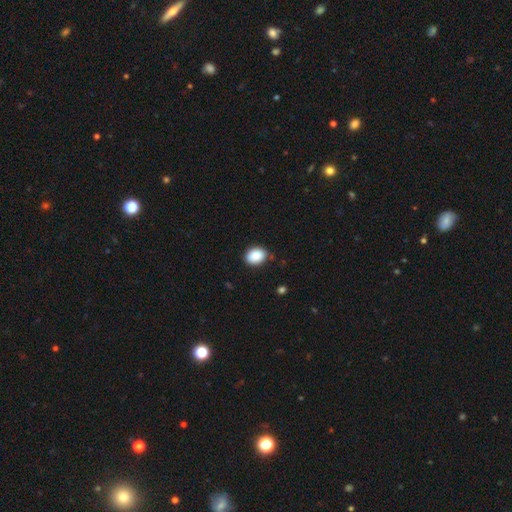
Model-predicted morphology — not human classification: Smooth or featured?
  - smooth: 89% *
  - star or artifact: 8%
  - featured or disk: 3%
How rounded?
  - in between: 65% *
  - round: 34%
  - cigar-shaped: 1%
Merging?
  - none: 84% *
  - minor disturbance: 12%
  - major disturbance: 2%
  - merger: 1%